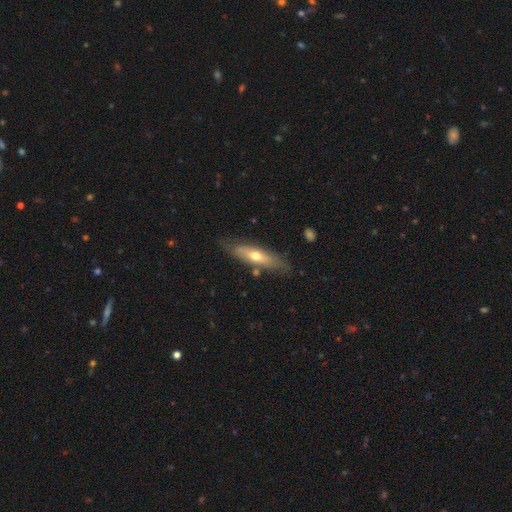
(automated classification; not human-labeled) Smooth or featured?
  - featured or disk: 49% *
  - smooth: 45%
  - star or artifact: 6%
Merging?
  - none: 72% *
  - minor disturbance: 19%
  - major disturbance: 5%
  - merger: 4%